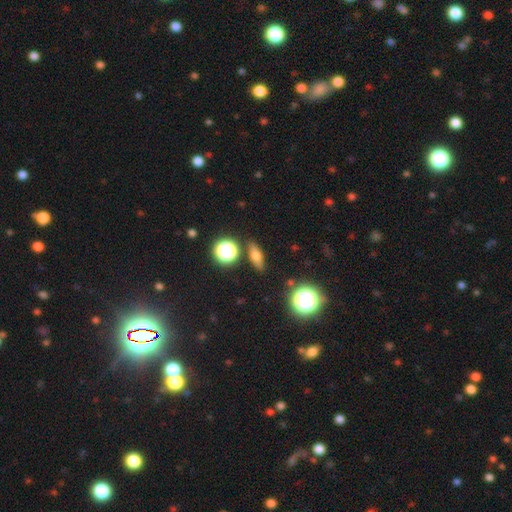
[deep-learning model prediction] smooth-or-featured: smooth: 64% | featured or disk: 20% | star or artifact: 16%
  how-rounded: in between: 52% | cigar-shaped: 32% | round: 16%
  merging: none: 84% | minor disturbance: 10% | merger: 3% | major disturbance: 3%